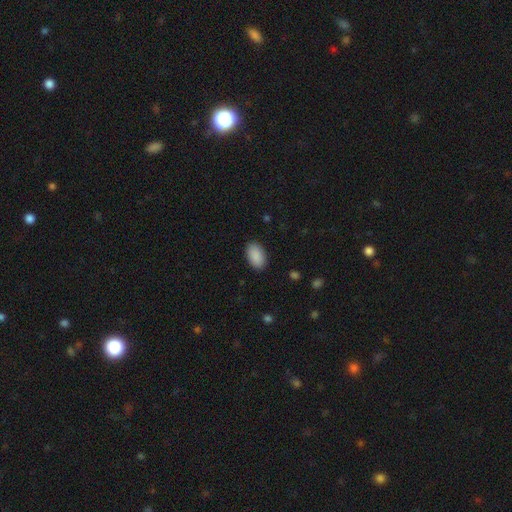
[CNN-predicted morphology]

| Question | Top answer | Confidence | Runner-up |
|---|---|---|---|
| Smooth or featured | smooth | 91% | star or artifact (6%) |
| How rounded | in between | 94% | round (4%) |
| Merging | none | 89% | minor disturbance (8%) |